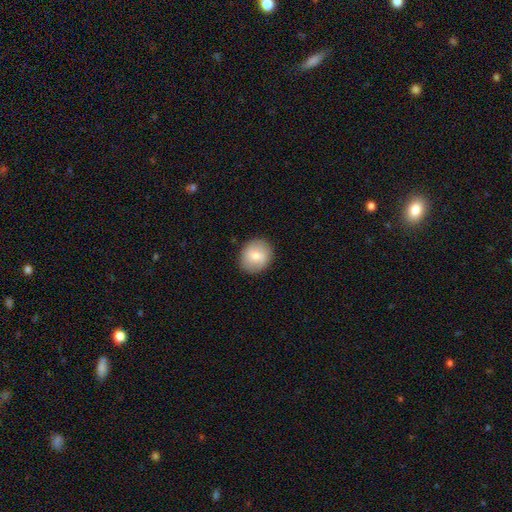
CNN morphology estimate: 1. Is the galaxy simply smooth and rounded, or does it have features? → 74% smooth, 19% featured or disk, 7% star or artifact.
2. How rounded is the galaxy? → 73% round, 26% in between, 1% cigar-shaped.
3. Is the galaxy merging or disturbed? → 88% none, 9% minor disturbance, 2% major disturbance, 1% merger.